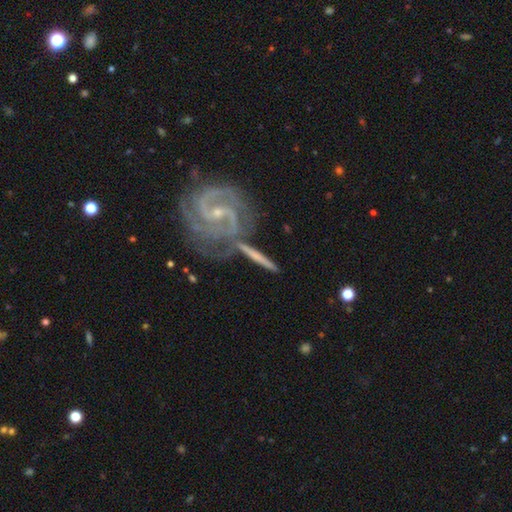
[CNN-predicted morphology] Smooth or featured? featured or disk (75%)
Edge-on disk? no (59%)
Merging? none (59%)